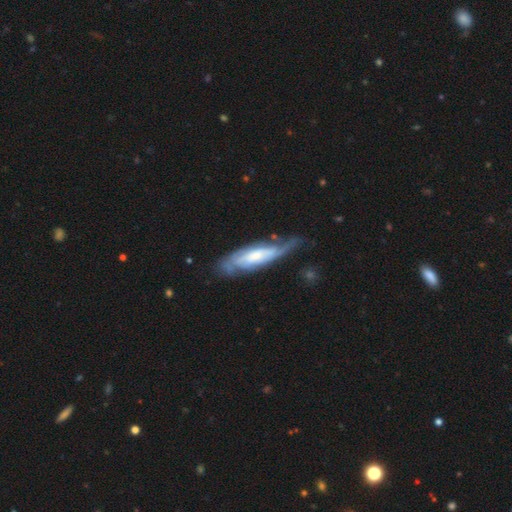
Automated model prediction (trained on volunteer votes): smooth_or_featured: featured or disk (p=0.71) [alt: smooth p=0.23]
disk_edge_on: no (p=0.72) [alt: yes p=0.28]
bar: no (p=0.55) [alt: weak p=0.33]
has_spiral_arms: yes (p=0.88) [alt: no p=0.12]
bulge_size: small (p=0.41) [alt: moderate p=0.38]
merging: none (p=0.56) [alt: minor disturbance p=0.28]